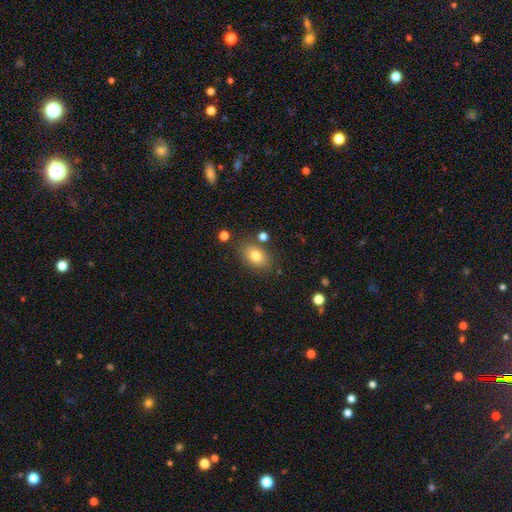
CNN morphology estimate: A smooth galaxy with no disk features (78%) that is in between round and cigar-shaped (77%). Merging: none (79%).